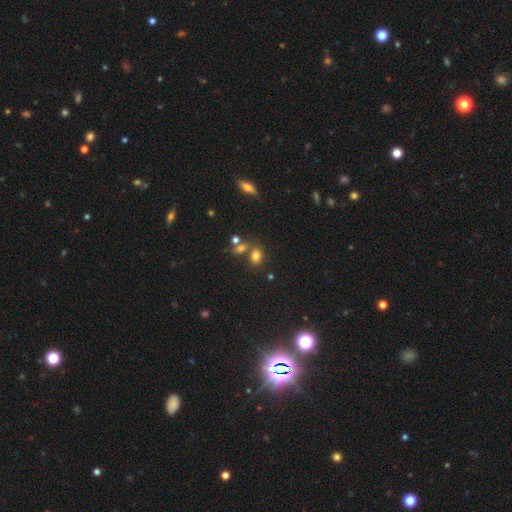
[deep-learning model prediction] Morphology: type=smooth (76%); roundness=in between (69%); merging=none (57%).